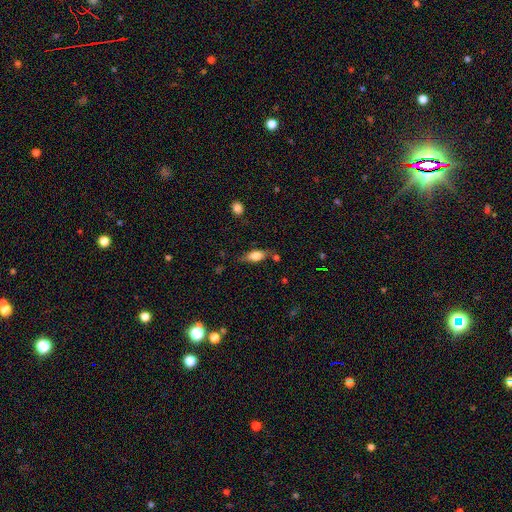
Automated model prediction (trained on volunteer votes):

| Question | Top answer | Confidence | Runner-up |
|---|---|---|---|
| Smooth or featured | smooth | 69% | featured or disk (23%) |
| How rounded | in between | 78% | cigar-shaped (17%) |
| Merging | none | 68% | minor disturbance (22%) |